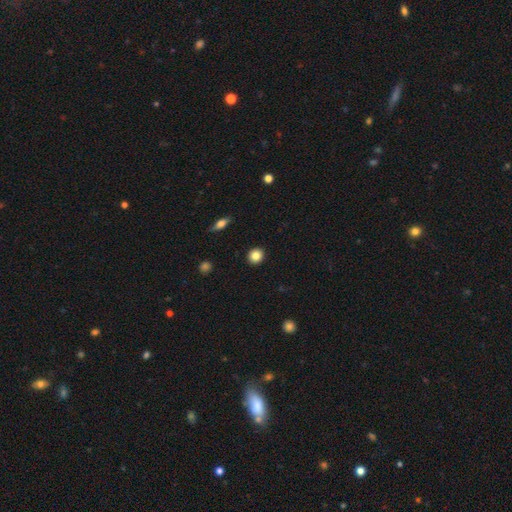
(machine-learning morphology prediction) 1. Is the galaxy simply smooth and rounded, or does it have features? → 85% smooth, 9% star or artifact, 6% featured or disk.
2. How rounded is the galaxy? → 88% round, 11% in between, 1% cigar-shaped.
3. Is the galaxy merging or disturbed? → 92% none, 5% minor disturbance, 2% major disturbance, 1% merger.